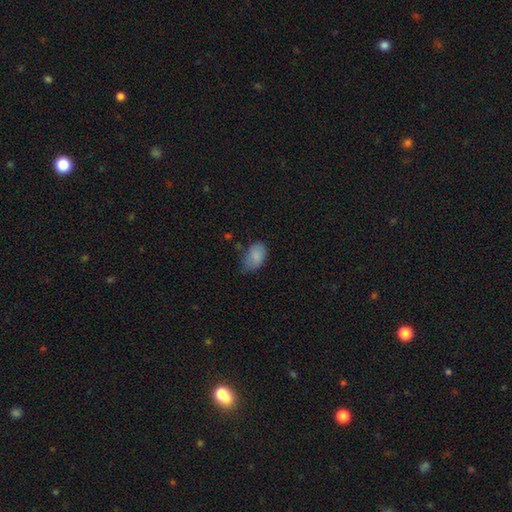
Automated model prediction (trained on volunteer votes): smooth-or-featured: smooth: 84% | featured or disk: 8% | star or artifact: 8%
  how-rounded: in between: 90% | round: 8% | cigar-shaped: 1%
  merging: none: 52% | minor disturbance: 37% | major disturbance: 8% | merger: 2%